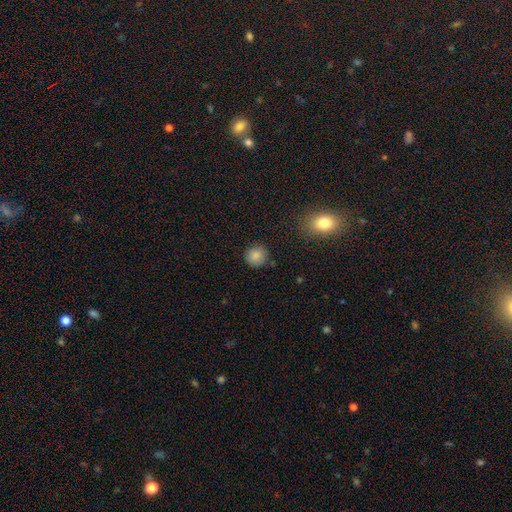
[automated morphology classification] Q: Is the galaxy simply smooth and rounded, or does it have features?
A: smooth — 85%.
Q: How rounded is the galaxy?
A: round — 91%.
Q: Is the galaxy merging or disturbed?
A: none — 87%.